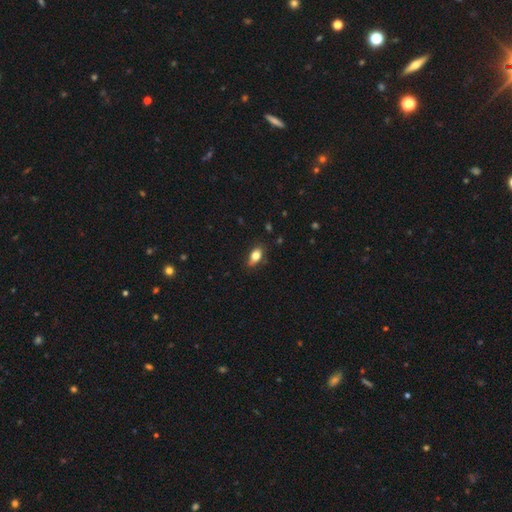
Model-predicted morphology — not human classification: Q: Smooth or featured?
A: smooth (77%); runner-up: featured or disk (15%)
Q: How rounded?
A: in between (84%); runner-up: round (9%)
Q: Merging?
A: none (76%); runner-up: minor disturbance (19%)